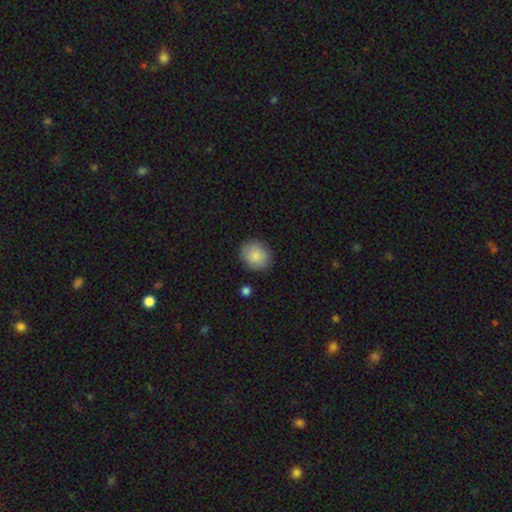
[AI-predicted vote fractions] Smooth or featured? smooth (85%)
How rounded? round (63%)
Merging? none (84%)